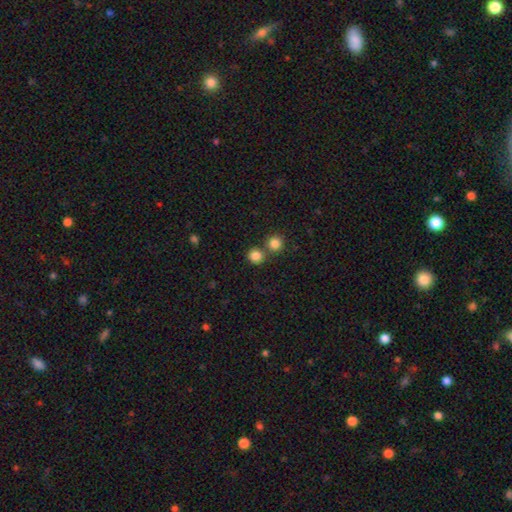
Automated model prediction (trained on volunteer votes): smooth_or_featured: smooth (p=0.84) [alt: star or artifact p=0.12]
how_rounded: round (p=0.91) [alt: in between p=0.08]
merging: none (p=0.65) [alt: merger p=0.27]